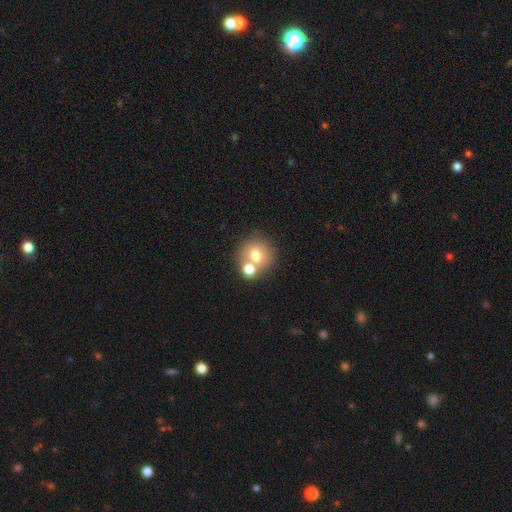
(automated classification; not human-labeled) The model was most divided on "merging": none: 51%, merger: 37%, minor disturbance: 9%, major disturbance: 4%. More confident: how rounded — round (82%); smooth or featured — smooth (70%).